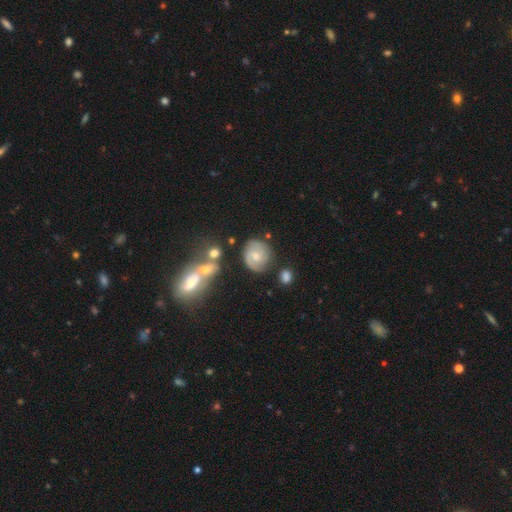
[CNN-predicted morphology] This appears to be a featured or disk galaxy (66%) with no bar (60%), 2 (66%) tight (53%) spiral arms (91%) and a moderate central bulge (52%). Merging: none (73%).